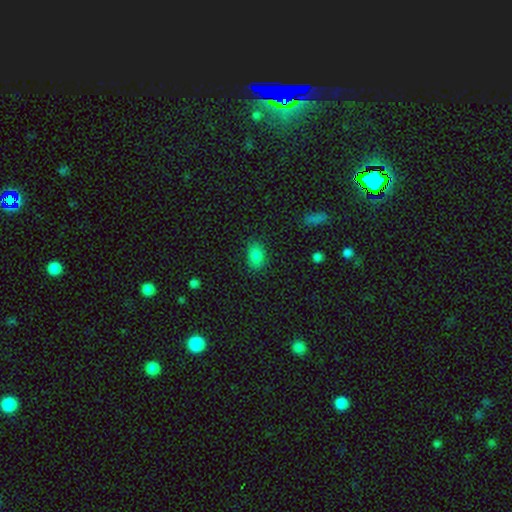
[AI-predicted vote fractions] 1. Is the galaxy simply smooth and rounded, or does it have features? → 84% smooth, 10% star or artifact, 5% featured or disk.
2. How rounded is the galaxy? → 81% in between, 18% round, 1% cigar-shaped.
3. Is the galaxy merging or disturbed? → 83% none, 12% minor disturbance, 3% major disturbance, 1% merger.